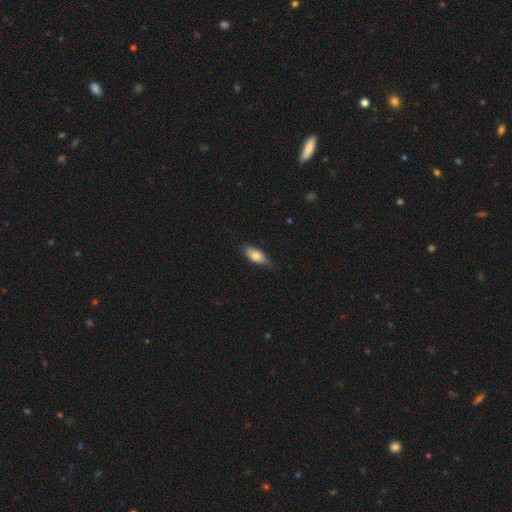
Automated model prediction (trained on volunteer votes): A smooth galaxy with no disk features (76%) that is in between round and cigar-shaped (82%).

Vote fractions:
- Smooth or featured? smooth: 76% / featured or disk: 18% / star or artifact: 6%
- How rounded? in between: 82% / cigar-shaped: 15% / round: 3%
- Merging? none: 67% / minor disturbance: 27% / major disturbance: 4% / merger: 1%